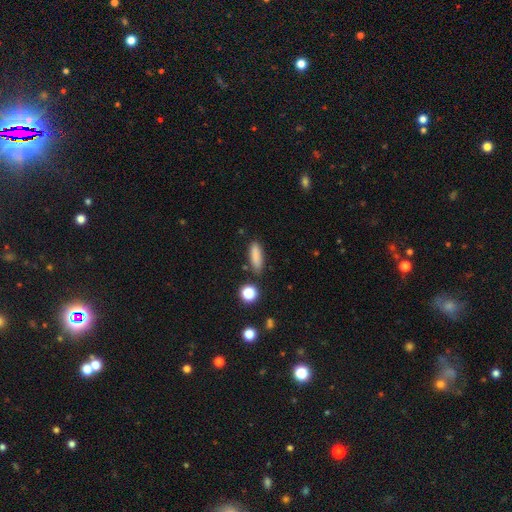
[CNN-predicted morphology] This appears to be a smooth galaxy with no disk features (84%) that is cigar-shaped (55%). Merging: none (80%).